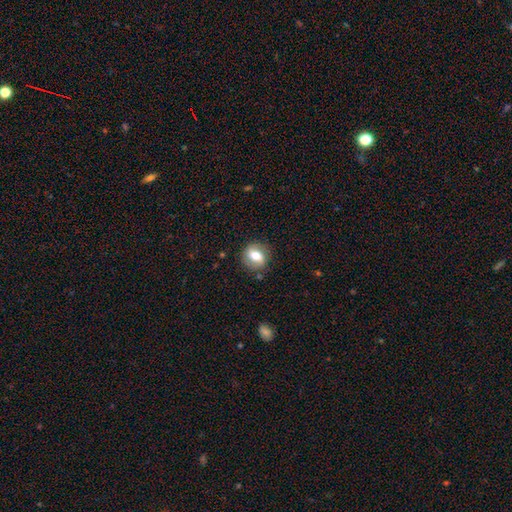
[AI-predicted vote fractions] The model was most divided on "smooth or featured": smooth: 59%, featured or disk: 33%, star or artifact: 8%. More confident: merging — none (82%); how rounded — round (67%).